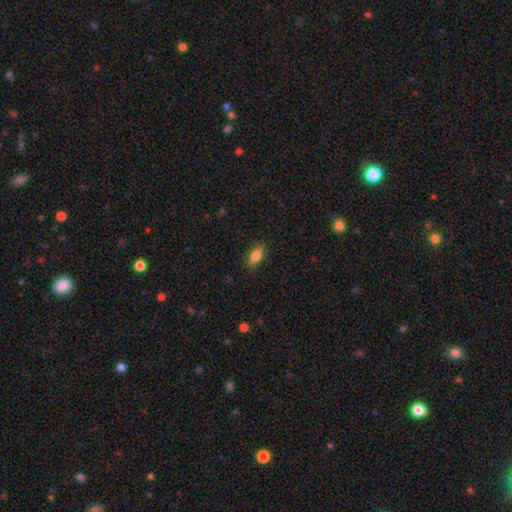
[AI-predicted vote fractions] Smooth or featured?
  - smooth: 84% *
  - star or artifact: 8%
  - featured or disk: 8%
How rounded?
  - in between: 86% *
  - cigar-shaped: 8%
  - round: 6%
Merging?
  - none: 85% *
  - minor disturbance: 11%
  - major disturbance: 3%
  - merger: 1%